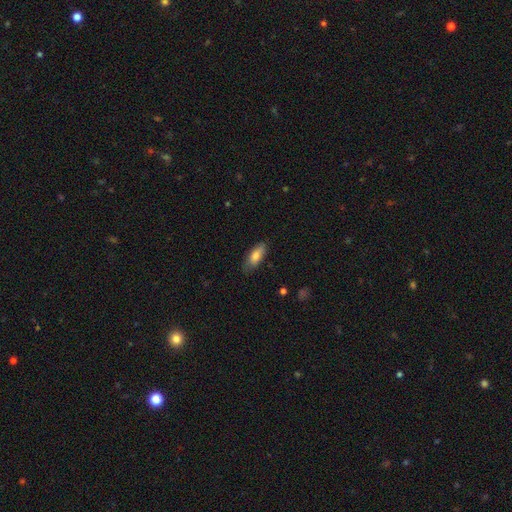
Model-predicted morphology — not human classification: Smooth or featured? Predicted: smooth (p=0.80). How rounded? Predicted: in between (p=0.75). Merging? Predicted: none (p=0.78).